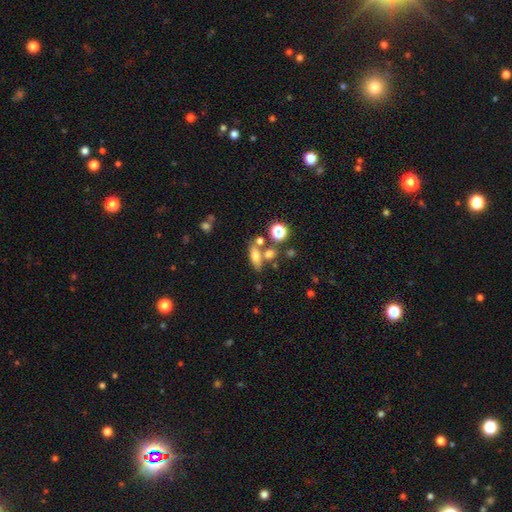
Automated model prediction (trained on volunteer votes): This is likely a smooth galaxy (64%). How rounded: possibly in between (56%). Merging: possibly none (58%).